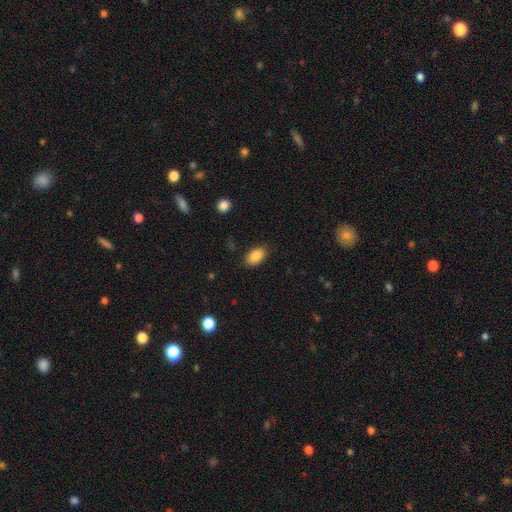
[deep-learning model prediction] Smooth or featured? Predicted: smooth (p=0.86). How rounded? Predicted: in between (p=0.90). Merging? Predicted: none (p=0.84).